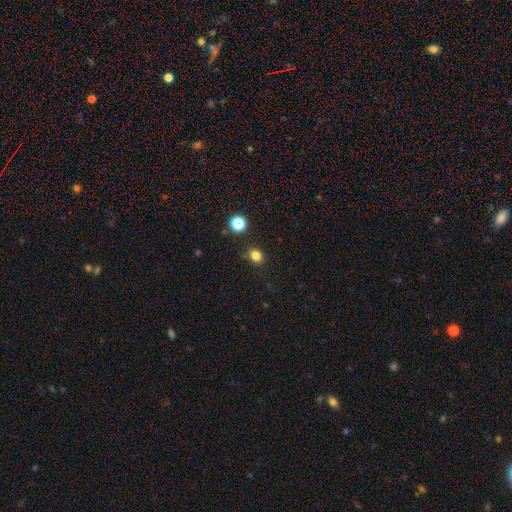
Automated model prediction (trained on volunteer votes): This appears to be a smooth galaxy with no disk features (81%) that is round (60%). Merging: none (83%).